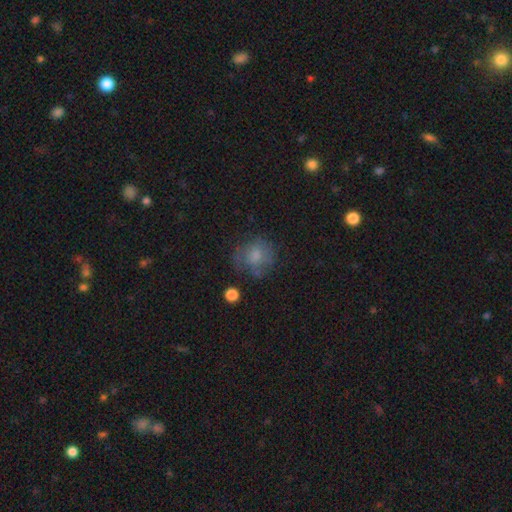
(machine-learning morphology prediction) The model was most divided on "merging": none: 55%, minor disturbance: 24%, major disturbance: 16%, merger: 5%. More confident: how rounded — round (78%); smooth or featured — smooth (66%).